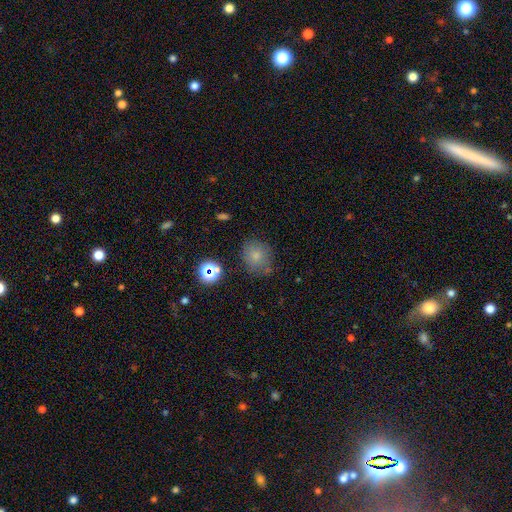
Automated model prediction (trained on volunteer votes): Morphology: type=smooth (75%); roundness=round (71%); merging=none (70%).